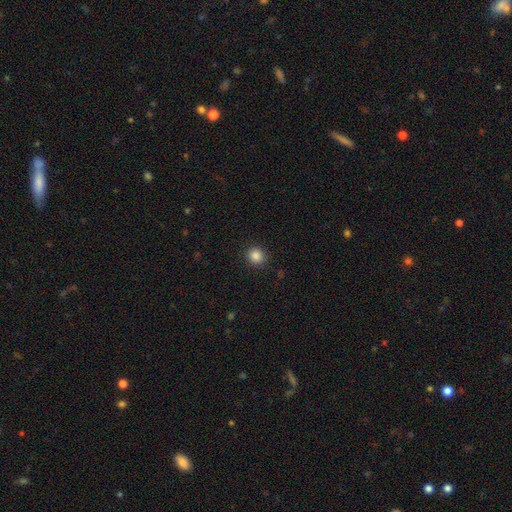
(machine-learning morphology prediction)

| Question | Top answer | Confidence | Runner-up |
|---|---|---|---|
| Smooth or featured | smooth | 86% | star or artifact (10%) |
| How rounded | round | 85% | in between (14%) |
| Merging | none | 90% | minor disturbance (6%) |